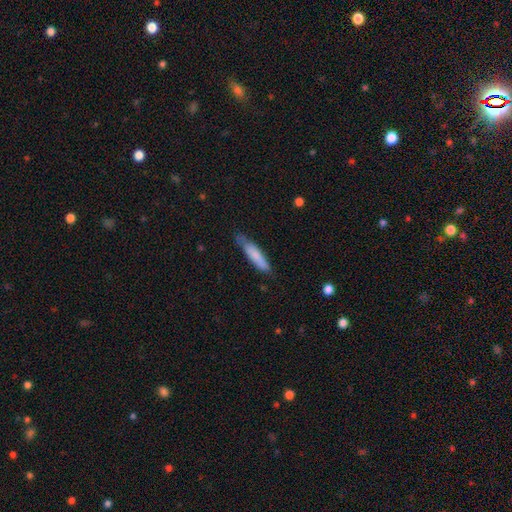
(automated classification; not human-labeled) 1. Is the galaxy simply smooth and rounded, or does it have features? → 78% smooth, 17% featured or disk, 6% star or artifact.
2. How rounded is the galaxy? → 80% cigar-shaped, 19% in between, 1% round.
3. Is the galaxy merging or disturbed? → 65% none, 28% minor disturbance, 5% major disturbance, 2% merger.